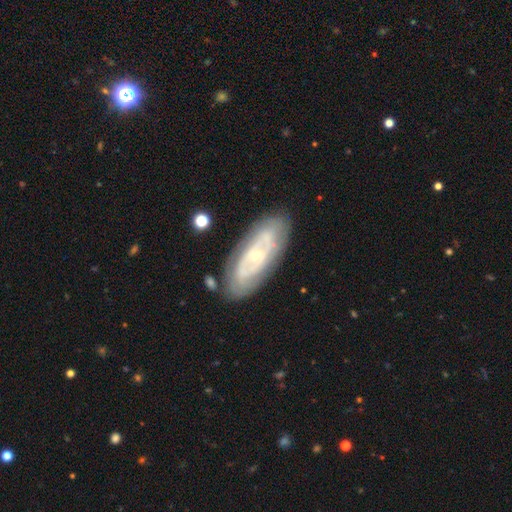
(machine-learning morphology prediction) Q: Smooth or featured?
A: featured or disk (77%); runner-up: smooth (17%)
Q: Edge-on disk?
A: no (90%); runner-up: yes (10%)
Q: Bar?
A: no (70%); runner-up: weak (22%)
Q: Spiral arms?
A: yes (72%); runner-up: no (28%)
Q: Bulge size?
A: small (73%); runner-up: moderate (23%)
Q: Merging?
A: none (77%); runner-up: minor disturbance (16%)